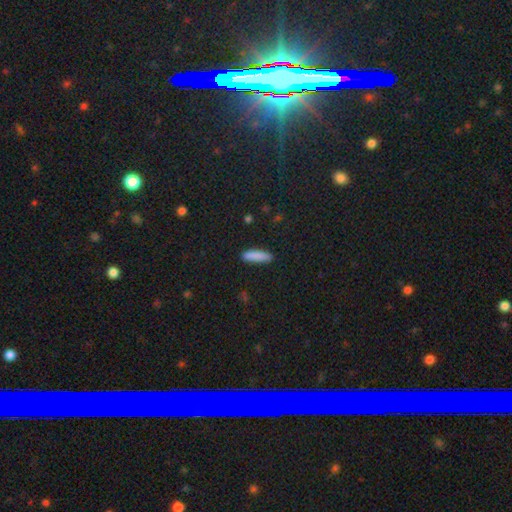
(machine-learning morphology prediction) A smooth galaxy with no disk features (87%) that is cigar-shaped (72%).

Vote fractions:
- Smooth or featured? smooth: 87% / star or artifact: 7% / featured or disk: 6%
- How rounded? cigar-shaped: 72% / in between: 26% / round: 2%
- Merging? none: 87% / minor disturbance: 9% / major disturbance: 2% / merger: 1%